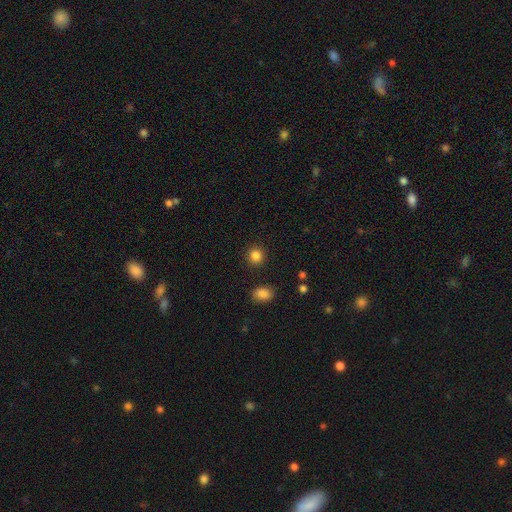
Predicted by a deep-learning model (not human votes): smooth_or_featured: smooth (p=0.85) [alt: star or artifact p=0.11]
how_rounded: round (p=0.89) [alt: in between p=0.10]
merging: none (p=0.90) [alt: minor disturbance p=0.06]